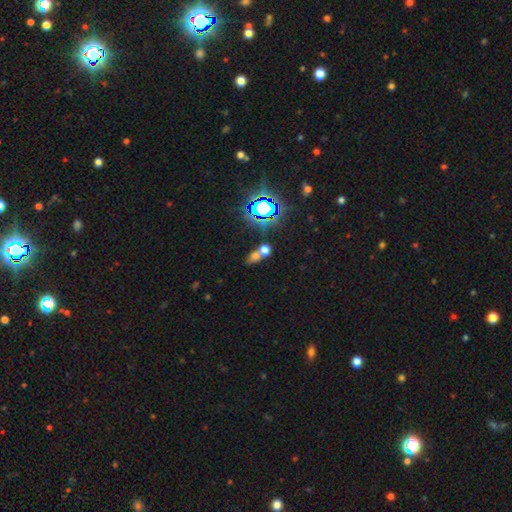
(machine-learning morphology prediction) Smooth or featured? smooth (55%)
How rounded? in between (55%)
Merging? merger (55%)